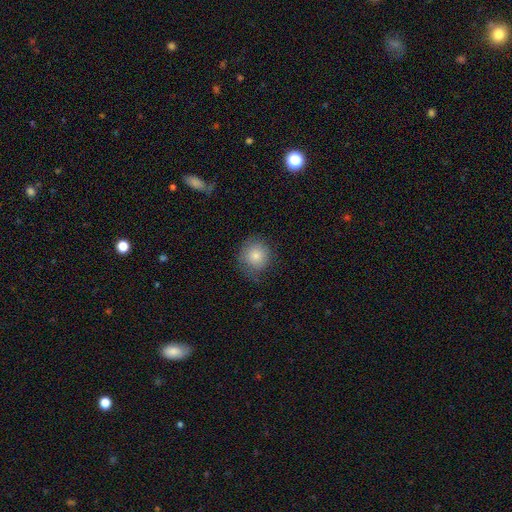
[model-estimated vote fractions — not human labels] This appears to be a smooth galaxy with no disk features (82%) that is round (88%). Merging: none (74%).